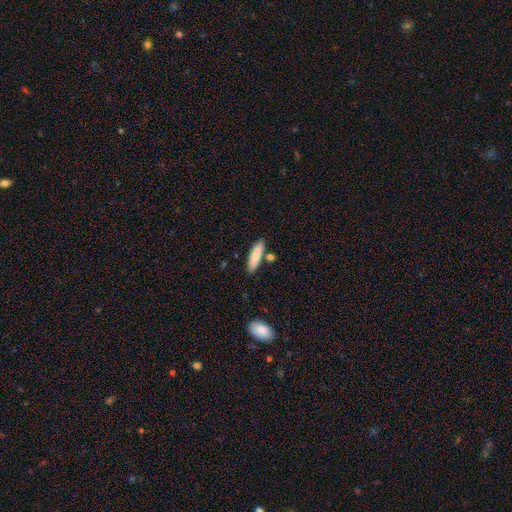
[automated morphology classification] A smooth galaxy with no disk features (84%) that is cigar-shaped (63%).

Vote fractions:
- Smooth or featured? smooth: 84% / featured or disk: 10% / star or artifact: 6%
- How rounded? cigar-shaped: 63% / in between: 35% / round: 2%
- Merging? none: 79% / minor disturbance: 11% / merger: 8% / major disturbance: 2%